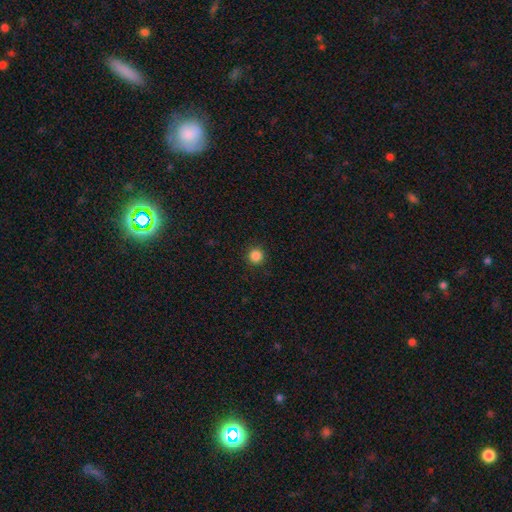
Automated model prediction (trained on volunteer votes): Smooth or featured?
  - smooth: 85% *
  - star or artifact: 12%
  - featured or disk: 3%
How rounded?
  - round: 96% *
  - in between: 3%
  - cigar-shaped: 1%
Merging?
  - none: 92% *
  - minor disturbance: 5%
  - major disturbance: 2%
  - merger: 1%